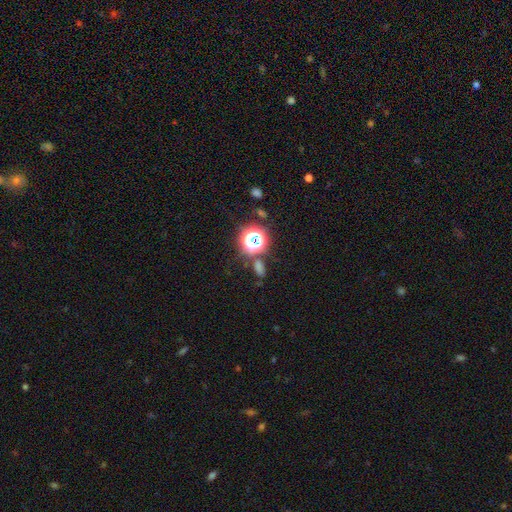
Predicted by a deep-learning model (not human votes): Q: Smooth or featured?
A: star or artifact (73%); runner-up: smooth (19%)